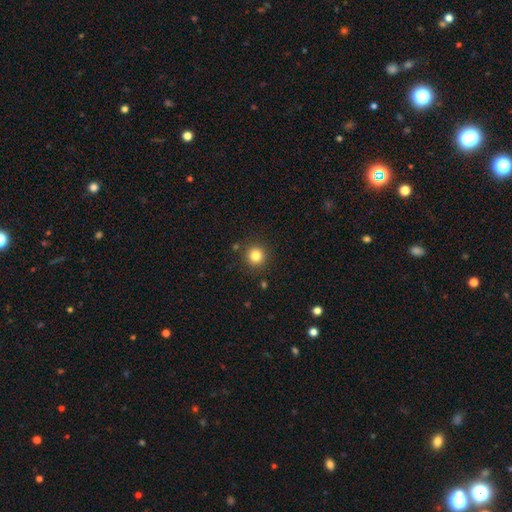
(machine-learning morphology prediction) A smooth galaxy with no disk features (82%) that is round (95%).

Vote fractions:
- Smooth or featured? smooth: 82% / star or artifact: 12% / featured or disk: 6%
- How rounded? round: 95% / in between: 4% / cigar-shaped: 1%
- Merging? none: 89% / minor disturbance: 7% / major disturbance: 2% / merger: 2%